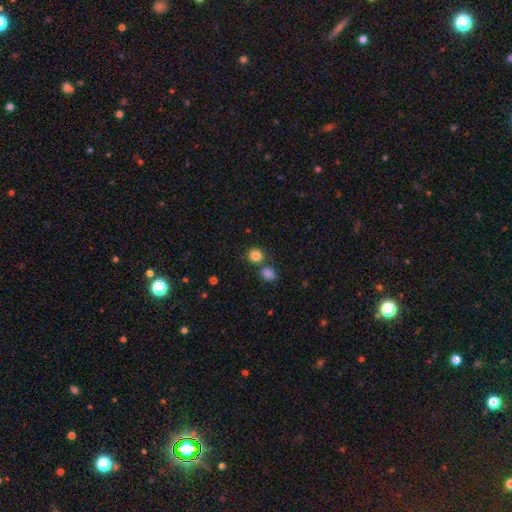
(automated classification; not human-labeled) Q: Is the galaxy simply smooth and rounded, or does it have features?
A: smooth — 84%.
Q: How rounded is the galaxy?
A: round — 87%.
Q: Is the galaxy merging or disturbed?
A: none — 70%.